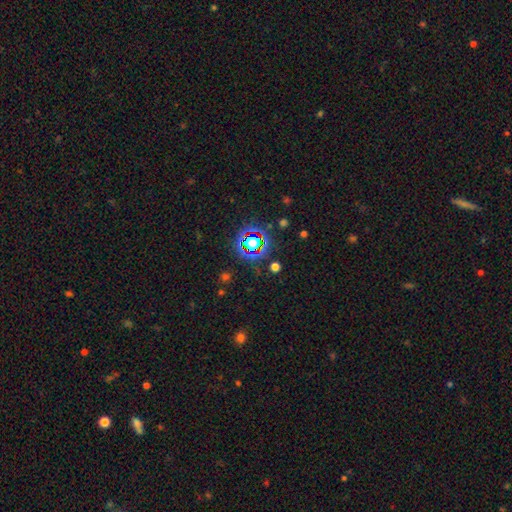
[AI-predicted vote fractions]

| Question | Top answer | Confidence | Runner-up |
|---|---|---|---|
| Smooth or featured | star or artifact | 75% | smooth (16%) |